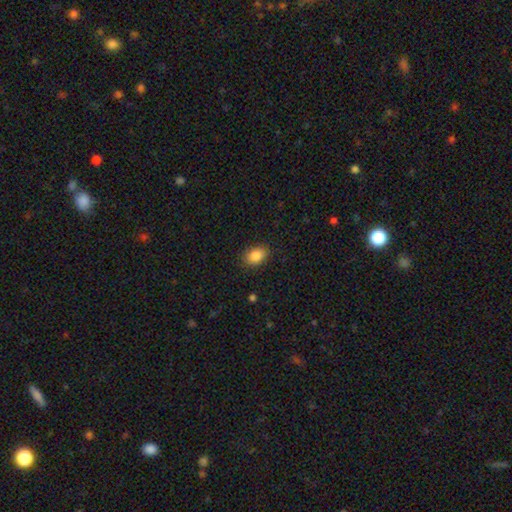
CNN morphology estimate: type=smooth (87%); roundness=in between (78%); merging=none (86%).